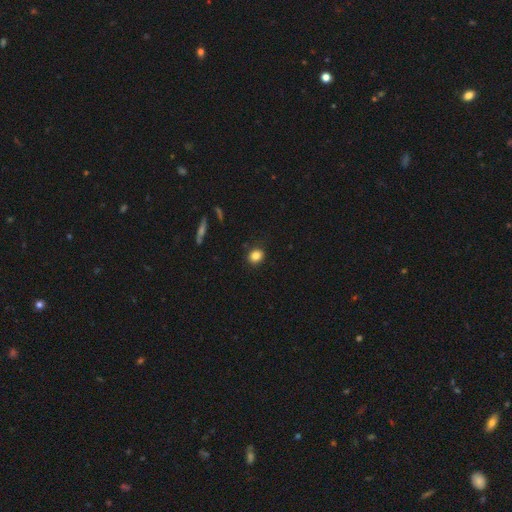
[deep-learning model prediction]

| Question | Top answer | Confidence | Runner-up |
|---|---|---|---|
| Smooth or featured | smooth | 84% | star or artifact (10%) |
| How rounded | round | 70% | in between (29%) |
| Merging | none | 87% | minor disturbance (9%) |